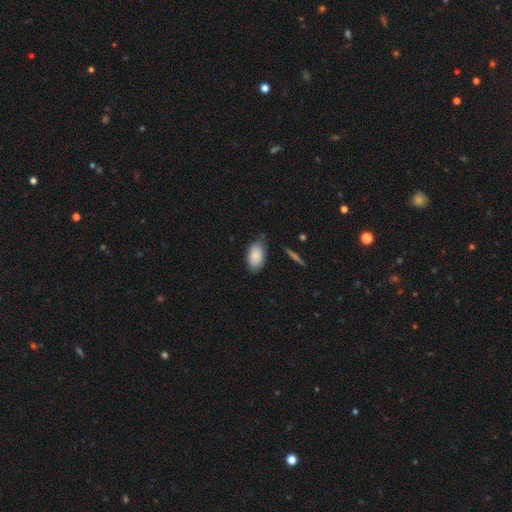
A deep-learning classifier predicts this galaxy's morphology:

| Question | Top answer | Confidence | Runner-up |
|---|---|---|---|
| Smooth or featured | smooth | 84% | featured or disk (9%) |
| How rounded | in between | 94% | round (4%) |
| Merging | none | 67% | minor disturbance (26%) |